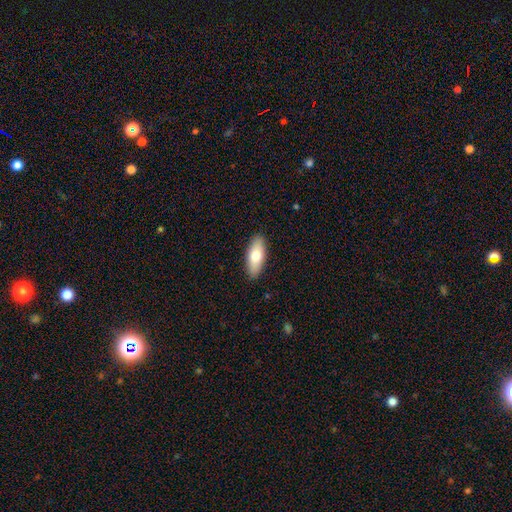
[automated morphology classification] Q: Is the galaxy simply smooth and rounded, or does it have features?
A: smooth — 76%.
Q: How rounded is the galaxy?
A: in between — 77%.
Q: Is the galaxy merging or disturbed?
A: none — 90%.